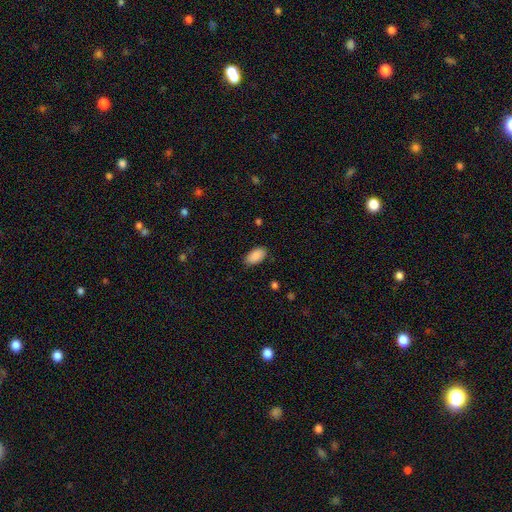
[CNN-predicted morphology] Smooth or featured?
  - smooth: 90% *
  - star or artifact: 7%
  - featured or disk: 4%
How rounded?
  - in between: 95% *
  - cigar-shaped: 3%
  - round: 2%
Merging?
  - none: 86% *
  - minor disturbance: 11%
  - major disturbance: 2%
  - merger: 1%